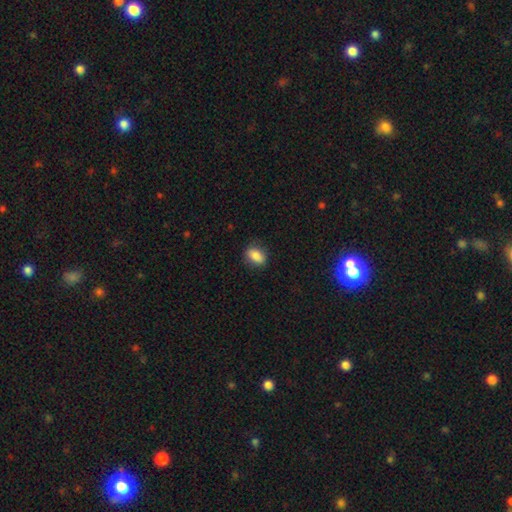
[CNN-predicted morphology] type=smooth (86%); roundness=in between (80%); merging=none (84%).